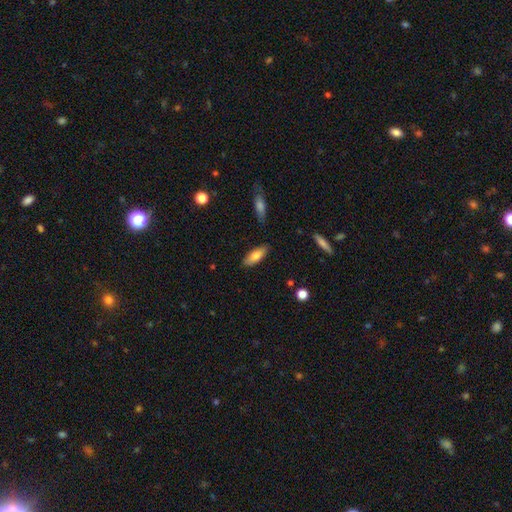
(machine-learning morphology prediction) This is likely a smooth galaxy (76%). How rounded: likely in between (68%). Merging: clearly none (84%).